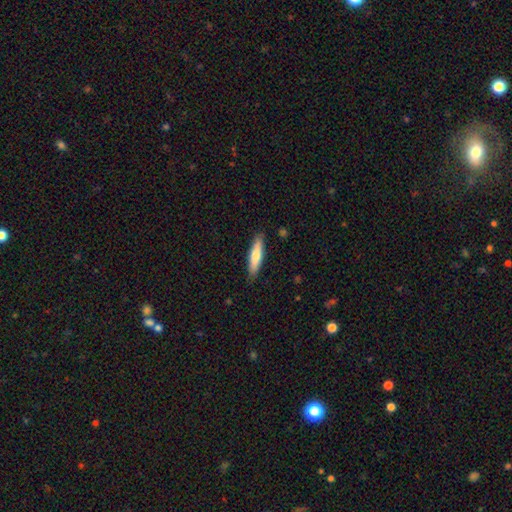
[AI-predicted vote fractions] Smooth or featured?
  - smooth: 66% *
  - featured or disk: 29%
  - star or artifact: 6%
How rounded?
  - cigar-shaped: 76% *
  - in between: 22%
  - round: 2%
Merging?
  - none: 87% *
  - minor disturbance: 10%
  - major disturbance: 2%
  - merger: 1%